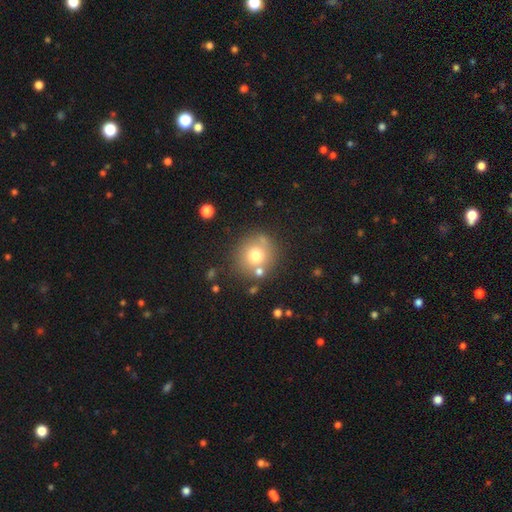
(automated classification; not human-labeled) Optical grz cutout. It shows a smooth galaxy with no disk features (71%) that is round (90%). Merging: none (74%).